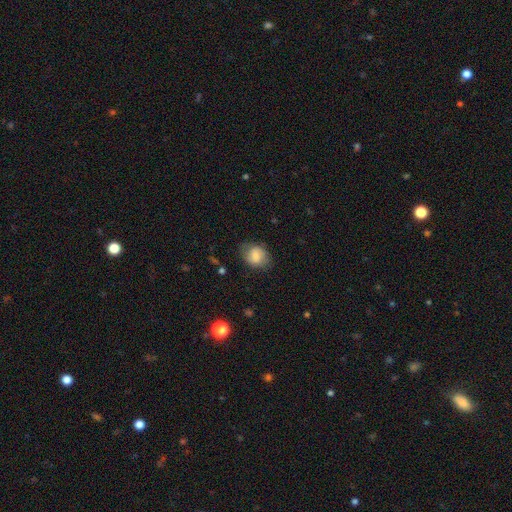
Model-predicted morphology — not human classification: Smooth or featured? smooth (79%)
How rounded? in between (50%)
Merging? none (71%)